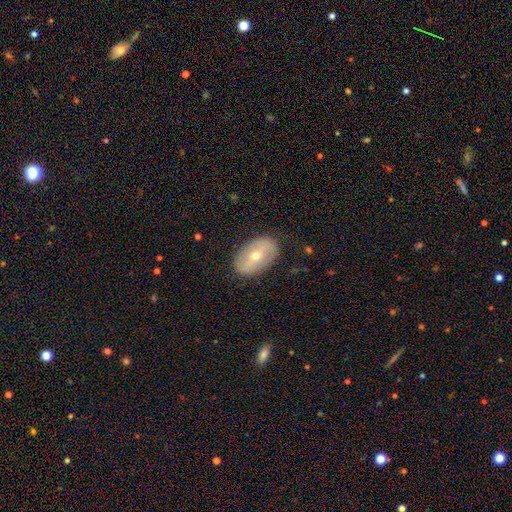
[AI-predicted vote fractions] This appears to be a featured or disk galaxy (50%). Merging: none (84%).